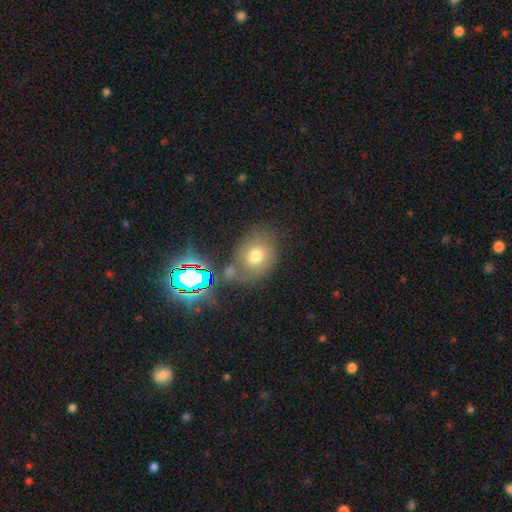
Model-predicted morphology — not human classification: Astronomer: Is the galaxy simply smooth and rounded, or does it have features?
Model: smooth — 68%.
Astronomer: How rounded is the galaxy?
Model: round — 55% (runner-up: in between, 44%).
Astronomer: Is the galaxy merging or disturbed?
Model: none — 59%.